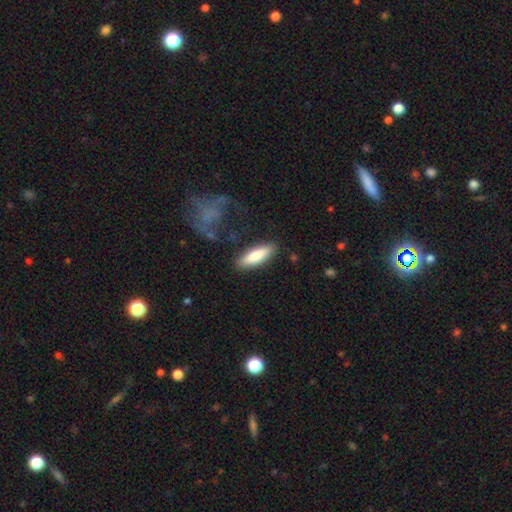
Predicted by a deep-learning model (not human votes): Overall: smooth (79%). How rounded: cigar-shaped (53%; in between 46%). Merging: none (85%).